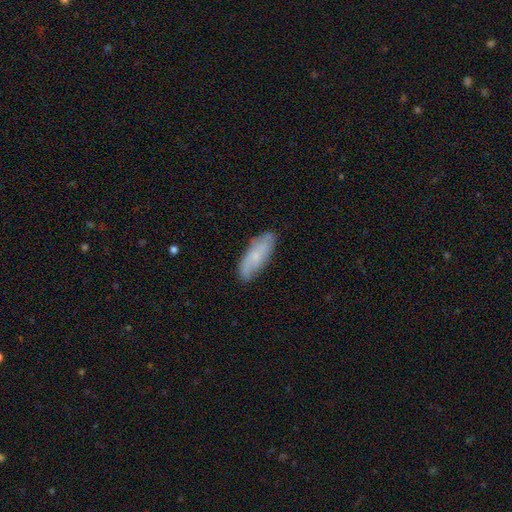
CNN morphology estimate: type=smooth (56%); roundness=in between (65%); merging=none (80%).